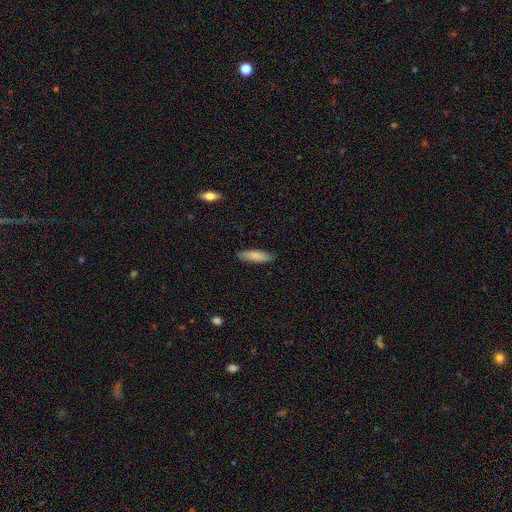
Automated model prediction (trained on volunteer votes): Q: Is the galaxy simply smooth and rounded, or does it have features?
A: smooth — 83%.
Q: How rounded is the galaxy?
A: cigar-shaped — 60%.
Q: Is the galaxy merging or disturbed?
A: none — 85%.